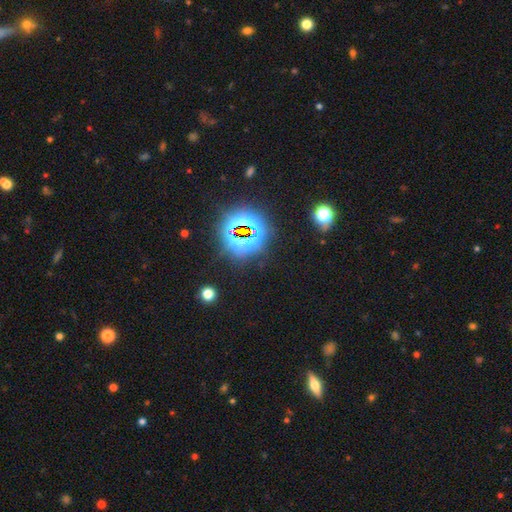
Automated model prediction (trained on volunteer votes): Smooth or featured? star or artifact (82%)